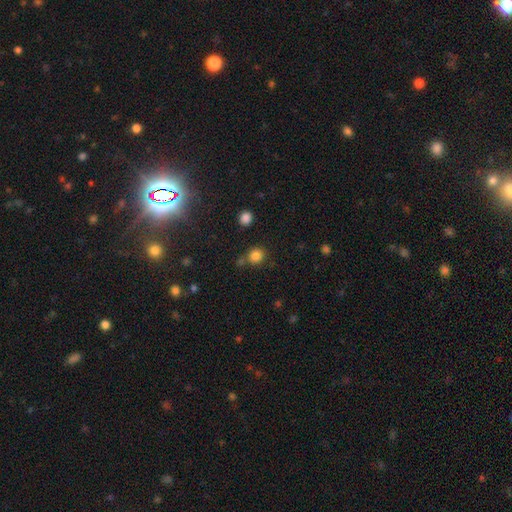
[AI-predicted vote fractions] This is clearly a smooth galaxy (82%). How rounded: clearly round (84%). Merging: likely none (70%).